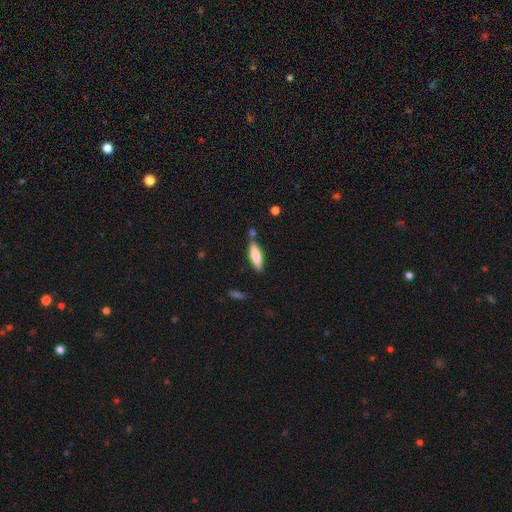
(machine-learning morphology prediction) Smooth or featured?
  - smooth: 74% *
  - featured or disk: 20%
  - star or artifact: 6%
How rounded?
  - cigar-shaped: 62% *
  - in between: 37%
  - round: 2%
Merging?
  - none: 77% *
  - minor disturbance: 14%
  - merger: 7%
  - major disturbance: 3%